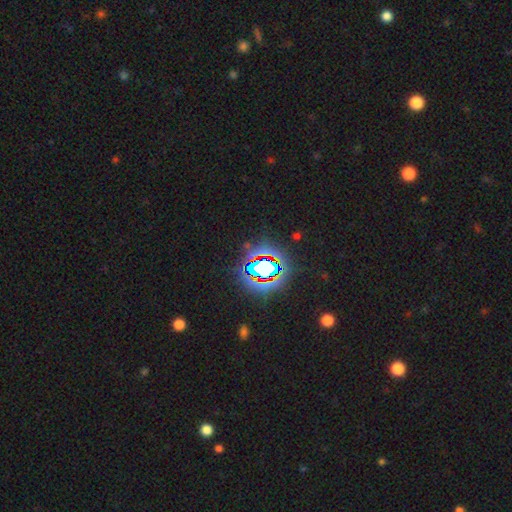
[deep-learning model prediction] Q: Smooth or featured?
A: star or artifact (81%); runner-up: smooth (12%)